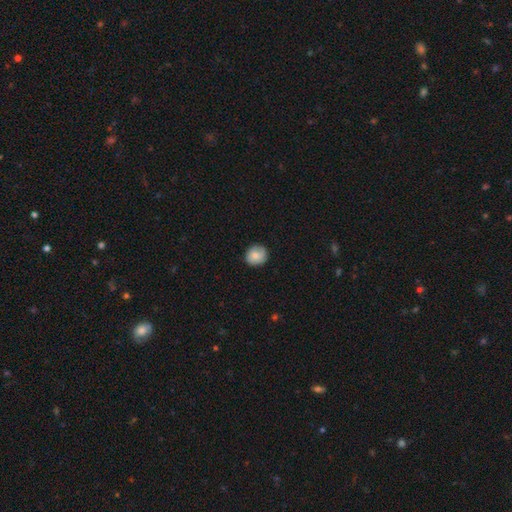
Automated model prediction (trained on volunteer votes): Smooth or featured?
  - smooth: 79% *
  - featured or disk: 13%
  - star or artifact: 7%
How rounded?
  - round: 82% *
  - in between: 18%
  - cigar-shaped: 1%
Merging?
  - none: 83% *
  - minor disturbance: 13%
  - major disturbance: 3%
  - merger: 1%